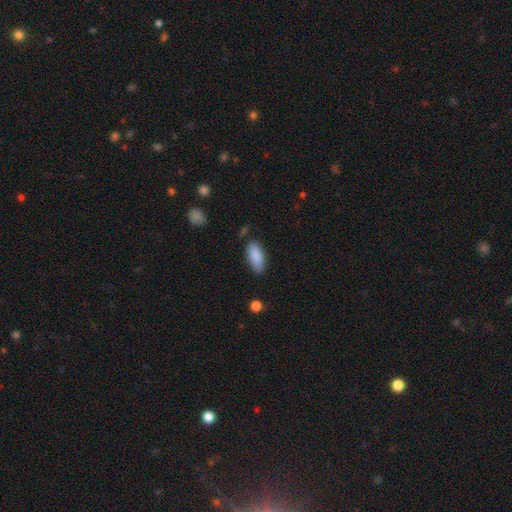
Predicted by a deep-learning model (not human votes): This appears to be a smooth galaxy with no disk features (88%) that is in between round and cigar-shaped (83%). Merging: none (79%).